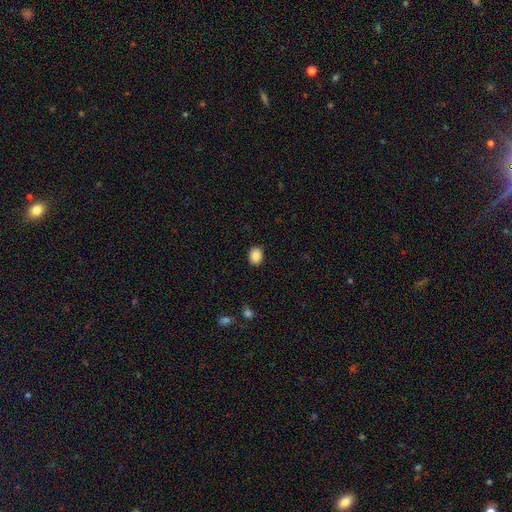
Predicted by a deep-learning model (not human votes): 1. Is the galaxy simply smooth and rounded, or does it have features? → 88% smooth, 8% star or artifact, 4% featured or disk.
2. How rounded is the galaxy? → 53% in between, 46% round, 1% cigar-shaped.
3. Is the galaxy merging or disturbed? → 87% none, 9% minor disturbance, 2% major disturbance, 1% merger.